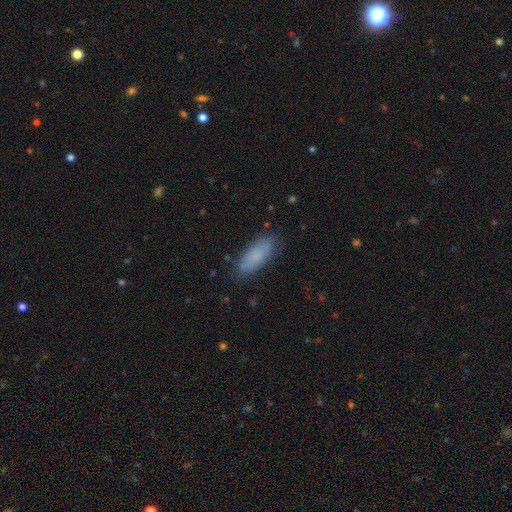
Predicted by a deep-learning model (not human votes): Smooth or featured?
  - smooth: 81% *
  - featured or disk: 11%
  - star or artifact: 7%
How rounded?
  - in between: 71% *
  - cigar-shaped: 27%
  - round: 2%
Merging?
  - none: 82% *
  - minor disturbance: 14%
  - major disturbance: 3%
  - merger: 1%